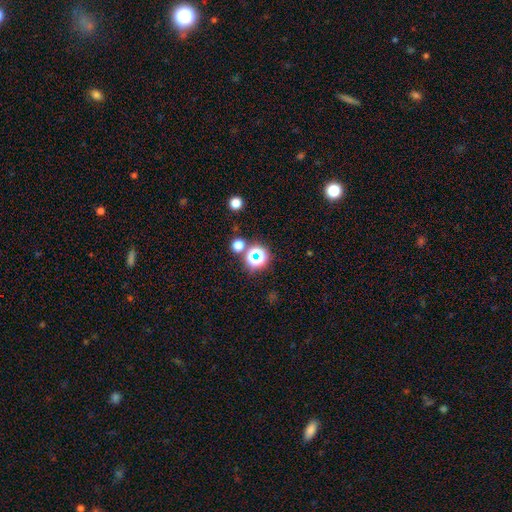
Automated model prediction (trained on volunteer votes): Morphology: type=star or artifact (49%).